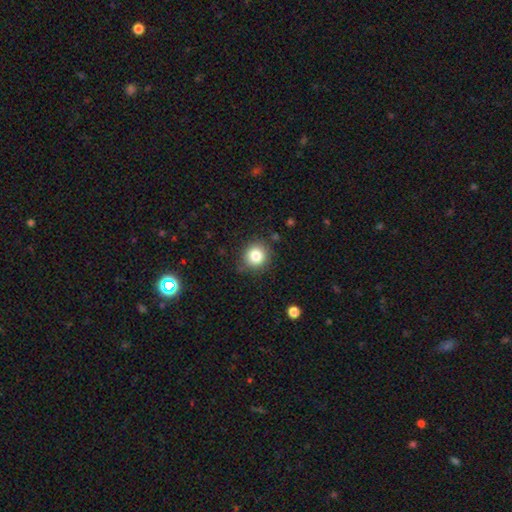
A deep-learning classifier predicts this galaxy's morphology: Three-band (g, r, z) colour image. It shows a smooth galaxy with no disk features (83%) that is round (89%). Merging: none (85%).